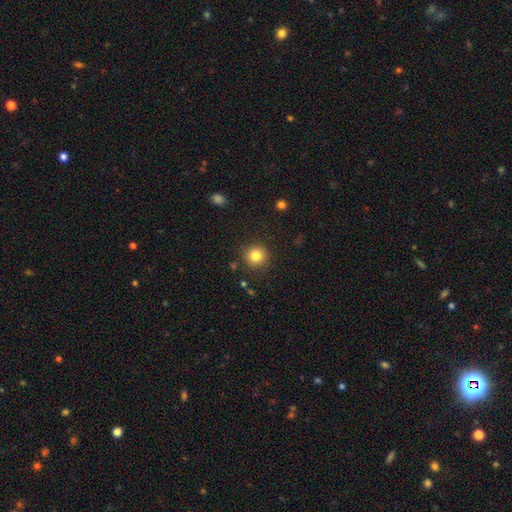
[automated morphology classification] The model was most divided on "smooth or featured": smooth: 82%, star or artifact: 11%, featured or disk: 7%. More confident: how rounded — round (93%); merging — none (89%).